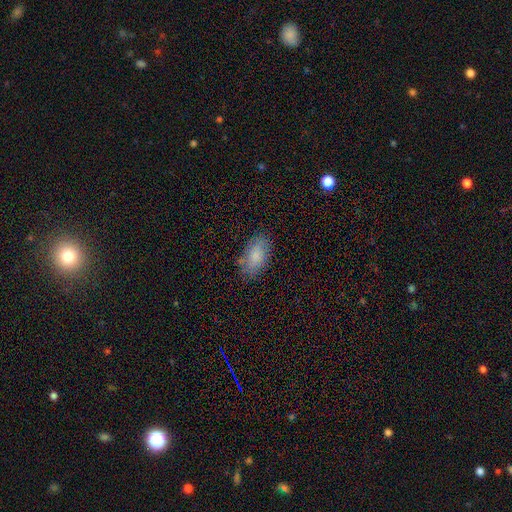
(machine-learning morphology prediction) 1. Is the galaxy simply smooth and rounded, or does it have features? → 81% smooth, 12% featured or disk, 7% star or artifact.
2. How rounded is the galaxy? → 93% in between, 4% round, 4% cigar-shaped.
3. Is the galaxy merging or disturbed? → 78% none, 16% minor disturbance, 4% major disturbance, 2% merger.